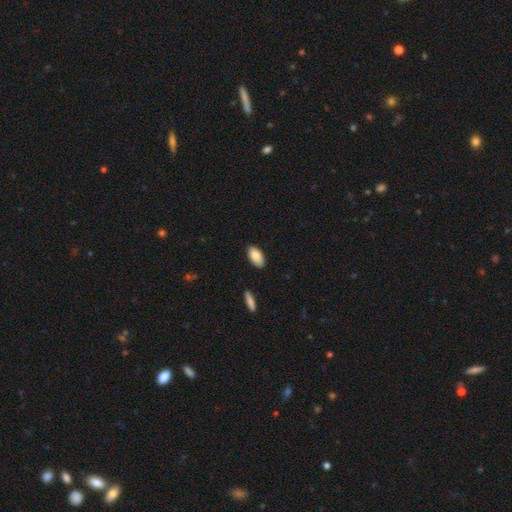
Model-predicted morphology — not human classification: smooth-or-featured: smooth: 86% | featured or disk: 8% | star or artifact: 6%
  how-rounded: in between: 94% | cigar-shaped: 3% | round: 2%
  merging: none: 86% | minor disturbance: 10% | major disturbance: 2% | merger: 1%